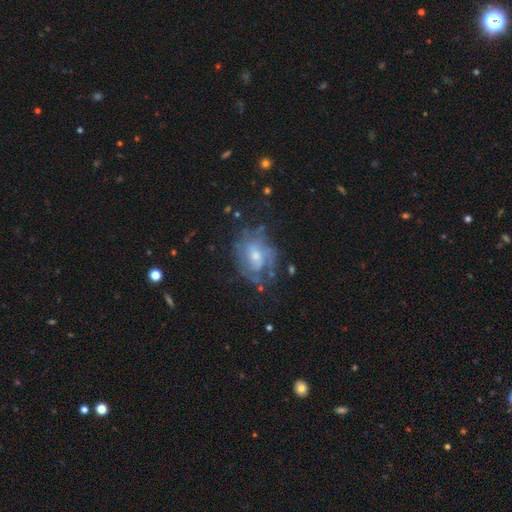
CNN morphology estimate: smooth-or-featured: featured or disk: 68% | smooth: 21% | star or artifact: 10%
  disk-edge-on: no: 96% | yes: 4%
    bar: no: 54% | weak: 39% | strong: 7%
    has-spiral-arms: yes: 74% | no: 26%
    bulge-size: moderate: 49% | small: 40% | large: 5% | none: 4% | dominant: 1%
  merging: none: 59% | minor disturbance: 23% | major disturbance: 16% | merger: 2%